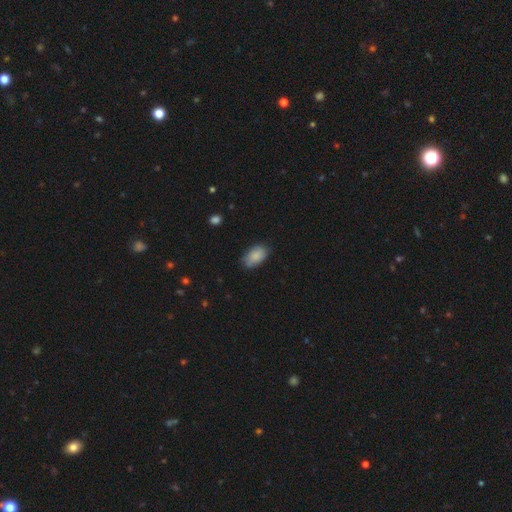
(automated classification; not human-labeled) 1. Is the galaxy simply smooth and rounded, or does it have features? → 87% smooth, 7% star or artifact, 7% featured or disk.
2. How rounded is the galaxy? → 93% in between, 5% round, 2% cigar-shaped.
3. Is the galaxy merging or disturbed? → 74% none, 21% minor disturbance, 4% major disturbance, 1% merger.